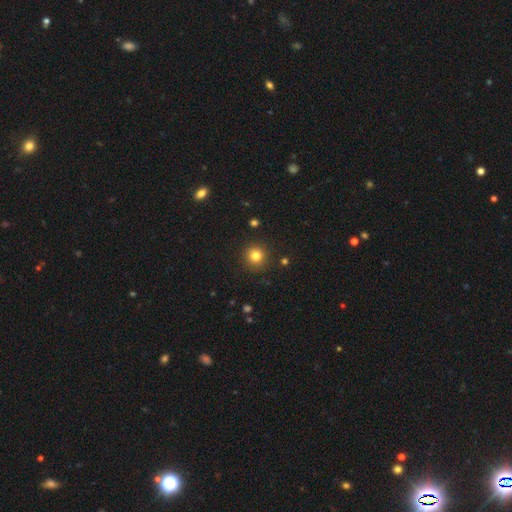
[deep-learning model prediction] Q: Smooth or featured?
A: smooth (81%); runner-up: star or artifact (13%)
Q: How rounded?
A: round (94%); runner-up: in between (5%)
Q: Merging?
A: none (91%); runner-up: minor disturbance (6%)